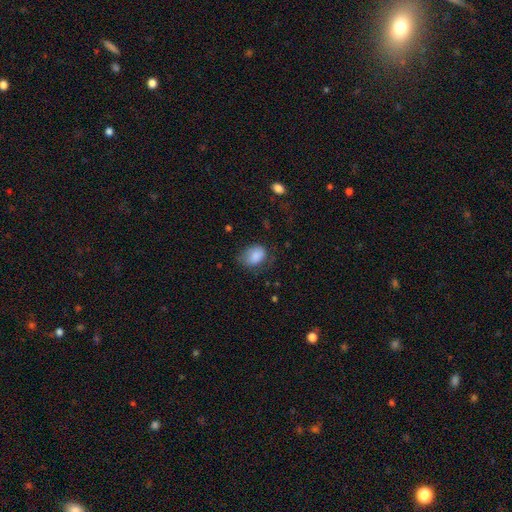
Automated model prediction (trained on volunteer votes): Smooth or featured? Predicted: smooth (p=0.84). How rounded? Predicted: in between (p=0.74). Merging? Predicted: none (p=0.57).